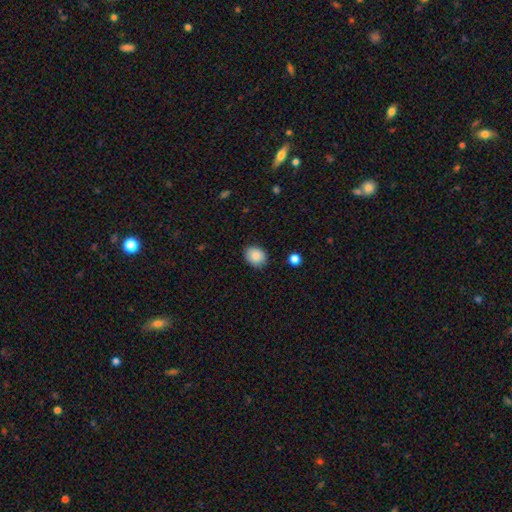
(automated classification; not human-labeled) Morphology: type=smooth (87%); roundness=in between (54%); merging=none (86%).